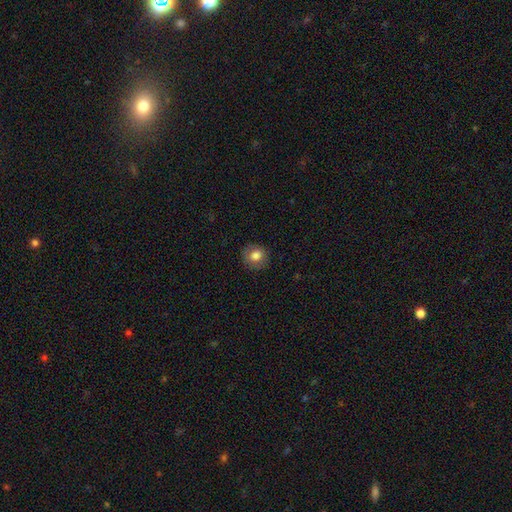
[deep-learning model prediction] Smooth or featured? Predicted: smooth (p=0.78). How rounded? Predicted: round (p=0.82). Merging? Predicted: none (p=0.85).